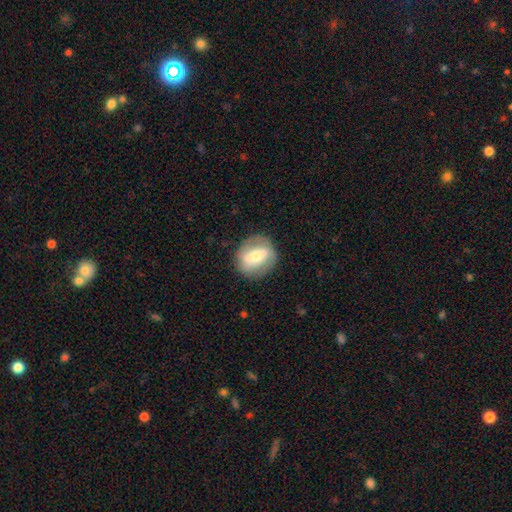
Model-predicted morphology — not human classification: This appears to be a featured or disk galaxy (48%). Merging: none (80%).